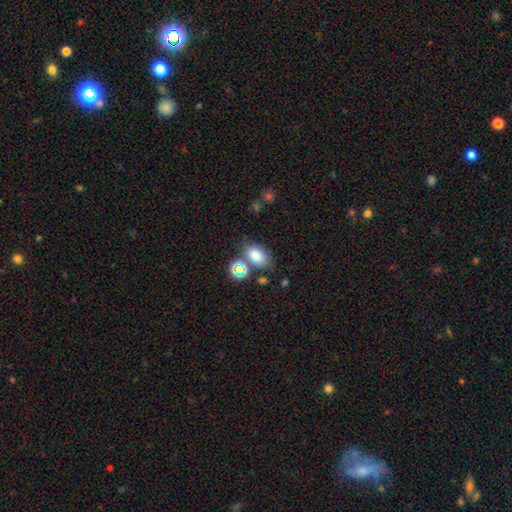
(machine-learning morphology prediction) A smooth galaxy with no disk features (76%) that is in between round and cigar-shaped (79%).

Vote fractions:
- Smooth or featured? smooth: 76% / star or artifact: 15% / featured or disk: 9%
- How rounded? in between: 79% / round: 19% / cigar-shaped: 1%
- Merging? none: 66% / minor disturbance: 15% / merger: 14% / major disturbance: 5%